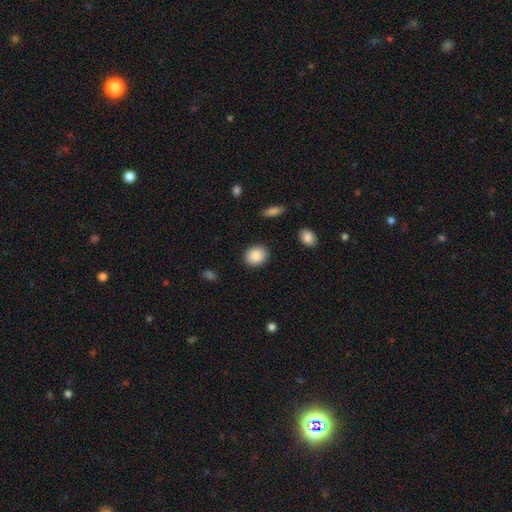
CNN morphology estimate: This is clearly a smooth galaxy (88%). How rounded: possibly round (55%). Merging: clearly none (89%).